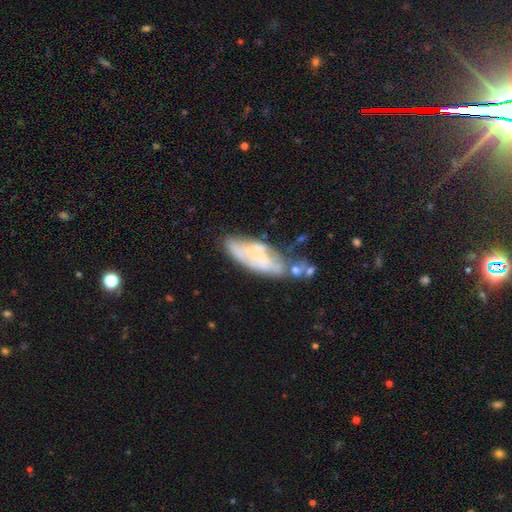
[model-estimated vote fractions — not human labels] A featured or disk galaxy (49%).

Vote fractions:
- Smooth or featured? featured or disk: 49% / smooth: 40% / star or artifact: 10%
- Merging? none: 38% / minor disturbance: 27% / major disturbance: 21% / merger: 15%